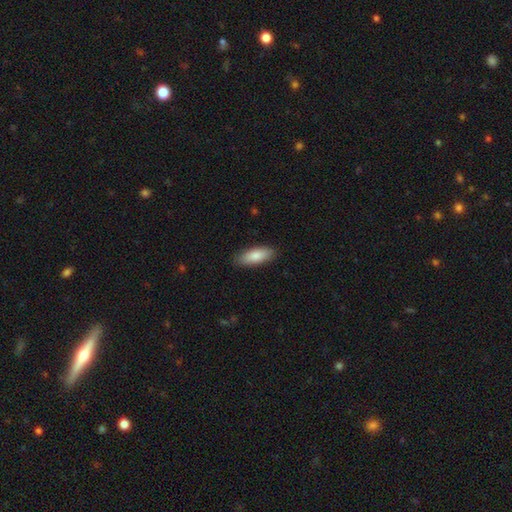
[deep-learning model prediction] The model was most divided on "how rounded": in between: 74%, cigar-shaped: 24%, round: 2%. More confident: merging — none (87%); smooth or featured — smooth (84%).